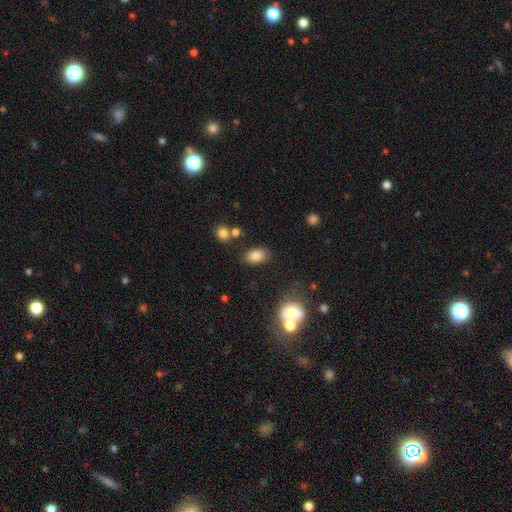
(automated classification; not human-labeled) Smooth or featured: smooth — 82% (star or artifact — 10%)
How rounded: in between — 87% (round — 11%)
Merging: none — 79% (minor disturbance — 12%)